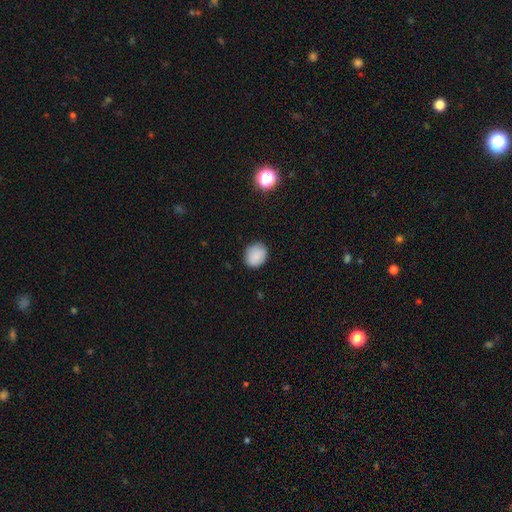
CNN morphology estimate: smooth-or-featured: smooth: 85% | star or artifact: 9% | featured or disk: 6%
  how-rounded: round: 61% | in between: 38% | cigar-shaped: 1%
  merging: none: 84% | minor disturbance: 12% | major disturbance: 3% | merger: 1%